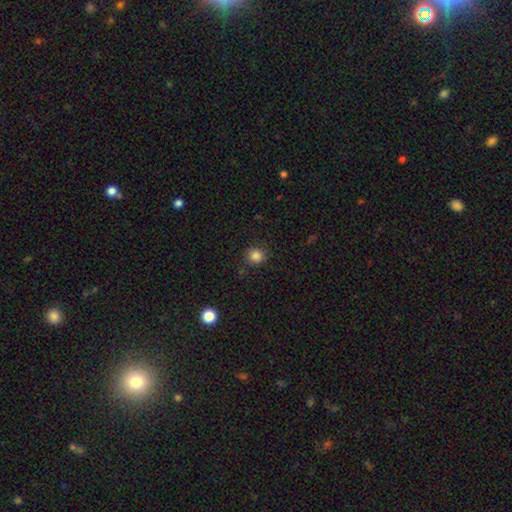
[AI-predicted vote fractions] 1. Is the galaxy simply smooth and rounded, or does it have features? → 84% smooth, 12% star or artifact, 4% featured or disk.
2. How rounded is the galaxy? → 92% round, 7% in between, 1% cigar-shaped.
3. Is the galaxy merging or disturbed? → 87% none, 9% minor disturbance, 3% major disturbance, 2% merger.